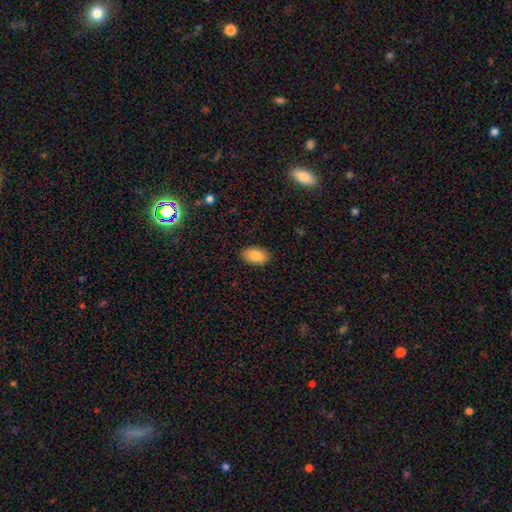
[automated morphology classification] A smooth galaxy with no disk features (87%) that is in between round and cigar-shaped (93%). Merging: none (88%).